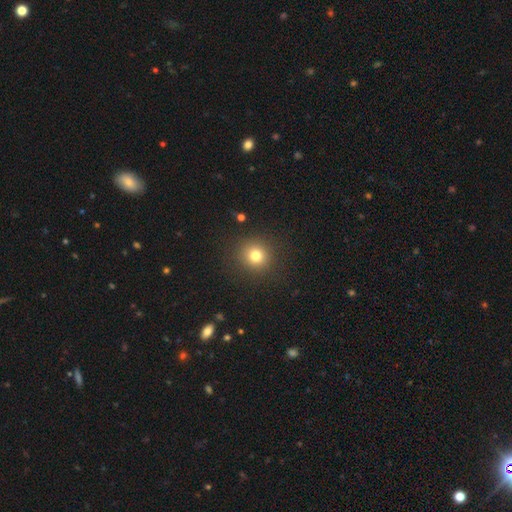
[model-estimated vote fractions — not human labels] A smooth galaxy with no disk features (78%) that is round (92%). Merging: none (90%).